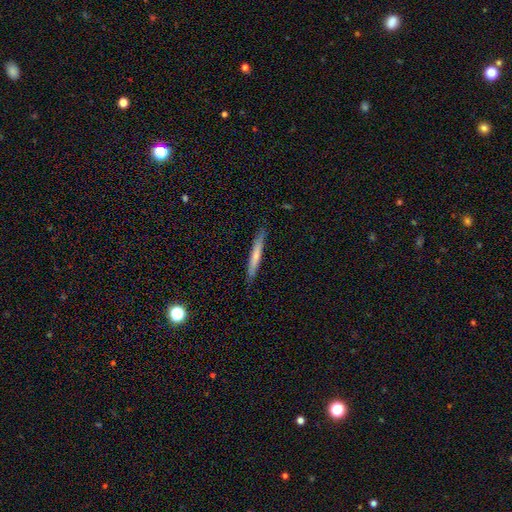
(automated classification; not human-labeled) Smooth or featured? smooth (62%)
How rounded? cigar-shaped (95%)
Merging? none (85%)